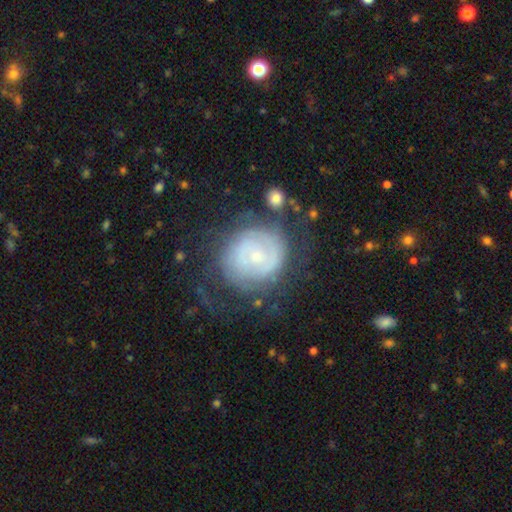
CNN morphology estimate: Overall: featured or disk (66%; smooth 26%). Edge-on disk: no (97%). Bar: no (72%). Spiral arms: yes (73%). Bulge size: small (69%). Merging: none (62%).